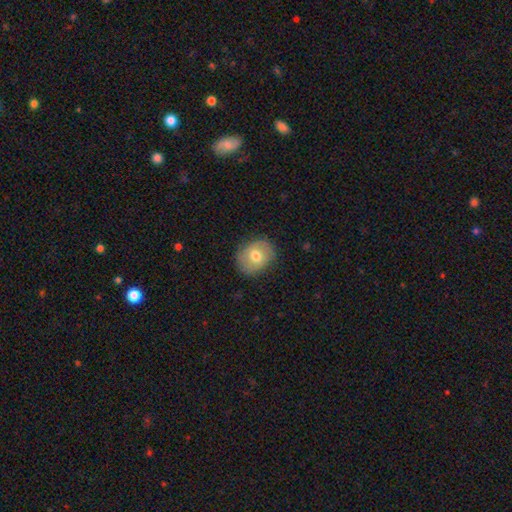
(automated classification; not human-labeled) smooth-or-featured: smooth: 67% | featured or disk: 25% | star or artifact: 8%
  how-rounded: round: 58% | in between: 41% | cigar-shaped: 1%
  merging: none: 81% | minor disturbance: 14% | major disturbance: 4% | merger: 1%